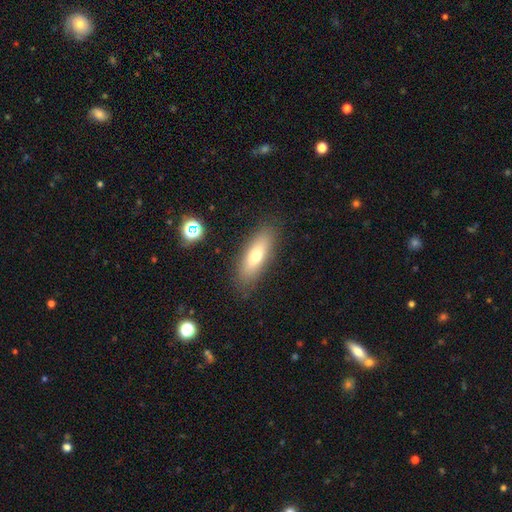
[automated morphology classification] Overall: smooth (68%). How rounded: in between (60%; cigar-shaped 37%). Merging: none (85%).